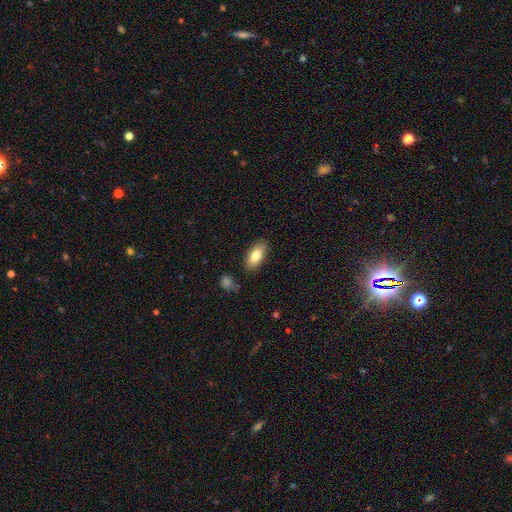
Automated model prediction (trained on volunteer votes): smooth_or_featured: smooth (p=0.80) [alt: featured or disk p=0.13]
how_rounded: in between (p=0.89) [alt: cigar-shaped p=0.07]
merging: none (p=0.84) [alt: minor disturbance p=0.12]